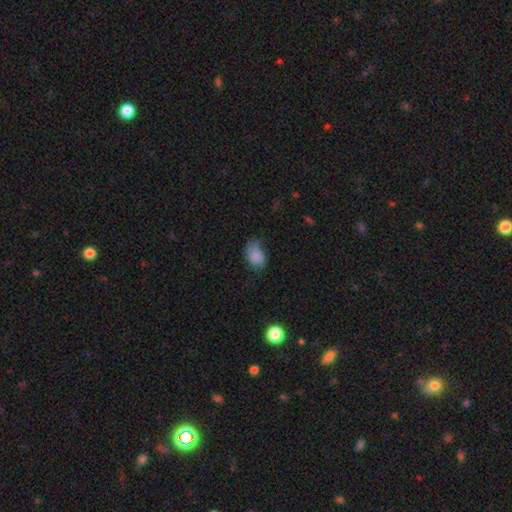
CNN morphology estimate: The model was most divided on "merging": none: 47%, minor disturbance: 35%, major disturbance: 15%, merger: 2%. More confident: how rounded — in between (85%); smooth or featured — smooth (78%).